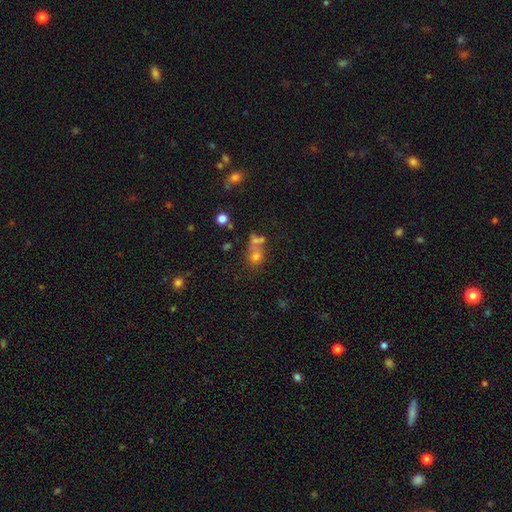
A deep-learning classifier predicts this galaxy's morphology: A smooth galaxy with no disk features (59%) that is round (70%).

Vote fractions:
- Smooth or featured? smooth: 59% / star or artifact: 24% / featured or disk: 17%
- How rounded? round: 70% / in between: 28% / cigar-shaped: 2%
- Merging? merger: 46% / none: 39% / minor disturbance: 9% / major disturbance: 6%